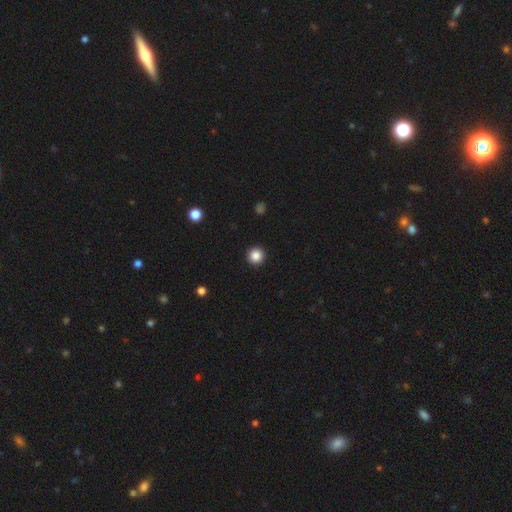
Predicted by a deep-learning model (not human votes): Smooth or featured?
  - smooth: 86% *
  - star or artifact: 10%
  - featured or disk: 4%
How rounded?
  - round: 96% *
  - in between: 3%
  - cigar-shaped: 1%
Merging?
  - none: 94% *
  - minor disturbance: 4%
  - major disturbance: 1%
  - merger: 1%